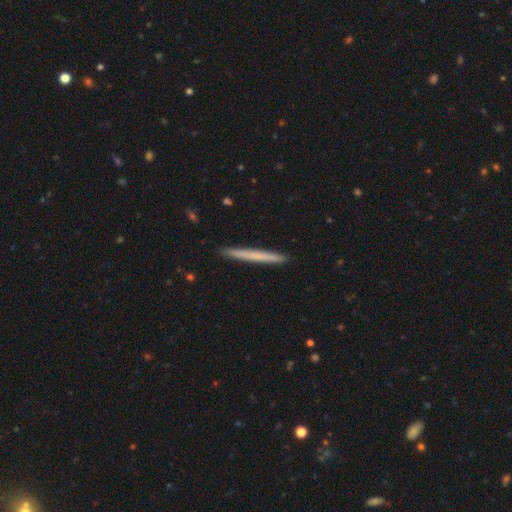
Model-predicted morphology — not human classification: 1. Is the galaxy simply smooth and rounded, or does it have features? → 64% smooth, 30% featured or disk, 5% star or artifact.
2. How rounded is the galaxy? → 97% cigar-shaped, 1% in between, 1% round.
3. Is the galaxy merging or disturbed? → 93% none, 5% minor disturbance, 1% major disturbance, 1% merger.